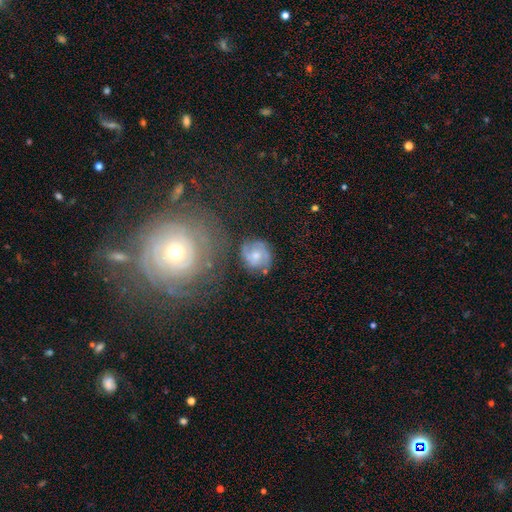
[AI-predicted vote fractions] The model was most divided on "spiral winding": tight: 49%, medium: 39%, loose: 13%. Remaining: edge-on disk — no (97%); spiral arms — yes (87%); bar — no (67%); merging — none (67%); smooth or featured — featured or disk (61%); bulge size — moderate (52%); spiral arm count — 2 (42%).